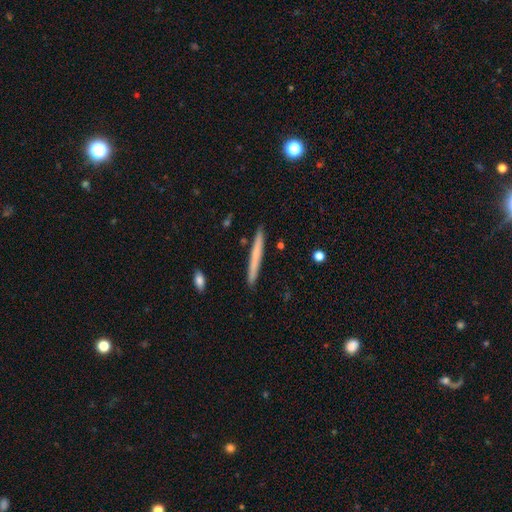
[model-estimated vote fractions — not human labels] Smooth or featured?
  - smooth: 61% *
  - featured or disk: 33%
  - star or artifact: 6%
How rounded?
  - cigar-shaped: 97% *
  - in between: 2%
  - round: 1%
Merging?
  - none: 91% *
  - minor disturbance: 7%
  - merger: 1%
  - major disturbance: 1%